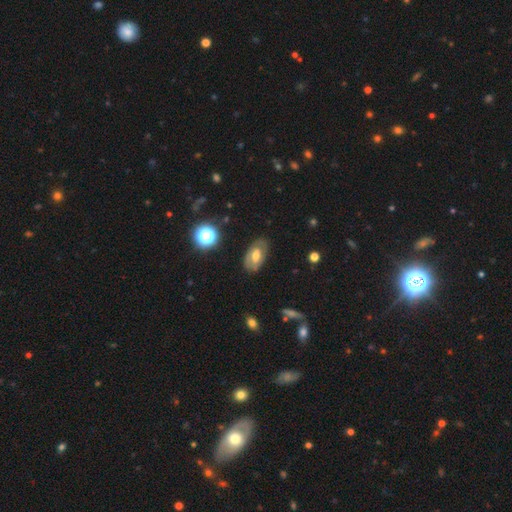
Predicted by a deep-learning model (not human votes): A featured or disk galaxy (54%). Merging: none (78%).